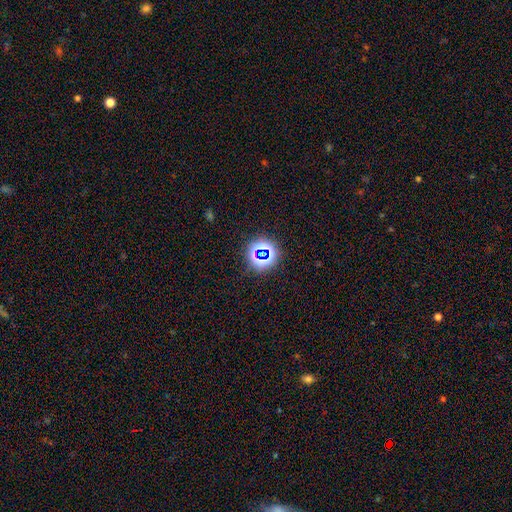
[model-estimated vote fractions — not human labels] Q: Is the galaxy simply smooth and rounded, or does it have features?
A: star or artifact — 69%.